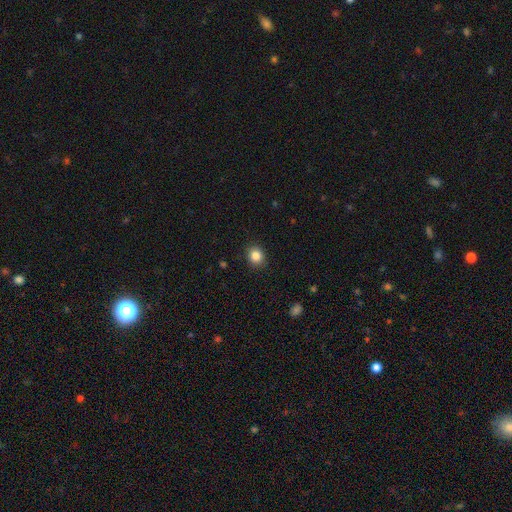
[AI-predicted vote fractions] Q: Smooth or featured?
A: smooth (85%); runner-up: star or artifact (11%)
Q: How rounded?
A: round (77%); runner-up: in between (22%)
Q: Merging?
A: none (90%); runner-up: minor disturbance (7%)